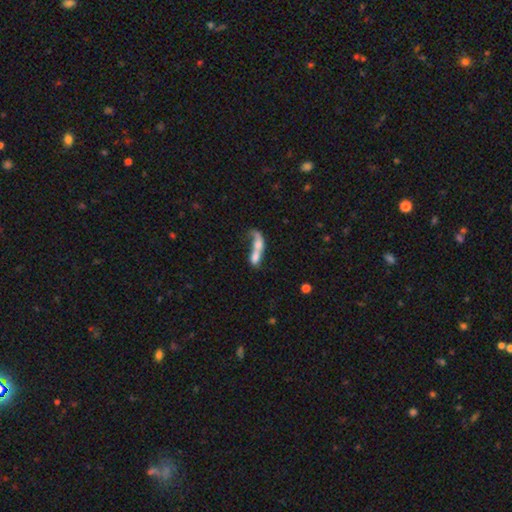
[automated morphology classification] type=smooth (53%); roundness=in between (47%); merging=merger (63%).